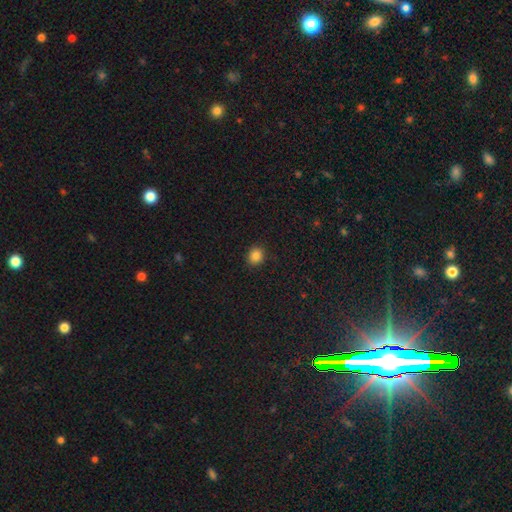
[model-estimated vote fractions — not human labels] Smooth or featured: smooth — 85% (star or artifact — 11%)
How rounded: round — 77% (in between — 22%)
Merging: none — 89% (minor disturbance — 7%)